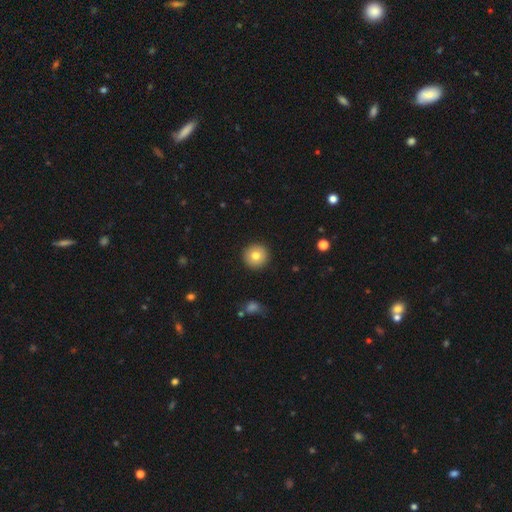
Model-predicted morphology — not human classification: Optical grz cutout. It shows a smooth galaxy with no disk features (79%) that is round (96%). Merging: none (92%).